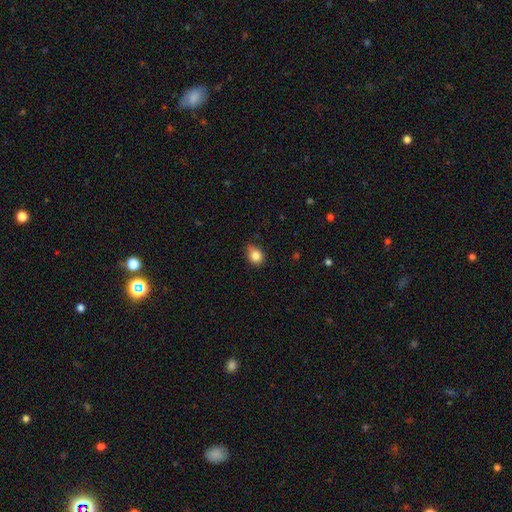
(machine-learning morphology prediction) This appears to be a smooth galaxy with no disk features (84%) that is in between round and cigar-shaped (54%). Merging: none (67%).